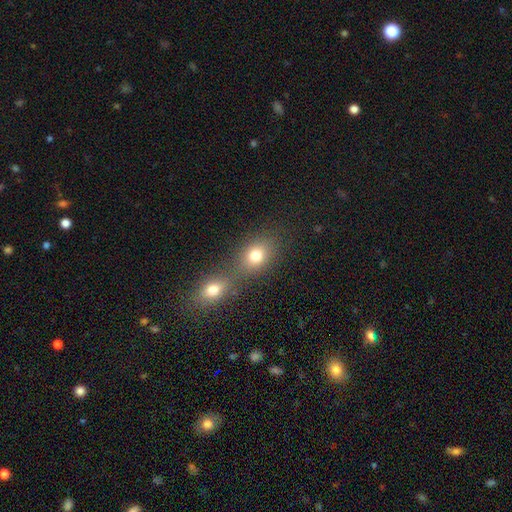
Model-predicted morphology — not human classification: Smooth or featured? Predicted: smooth (p=0.77). How rounded? Predicted: in between (p=0.55). Merging? Predicted: none (p=0.45).